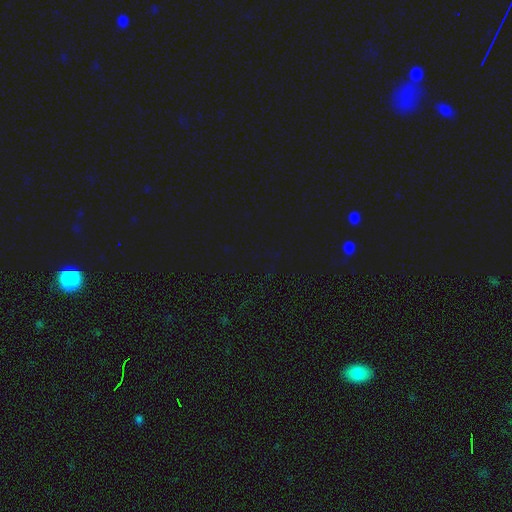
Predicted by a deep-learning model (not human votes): A star or artifact, not a galaxy (79%).